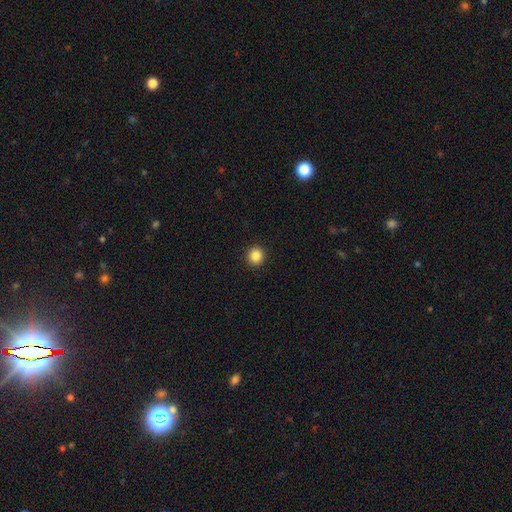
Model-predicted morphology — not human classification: smooth 86%, star or artifact 10%, featured or disk 3%. Down the decision tree: how rounded — round (91%); merging — none (92%).